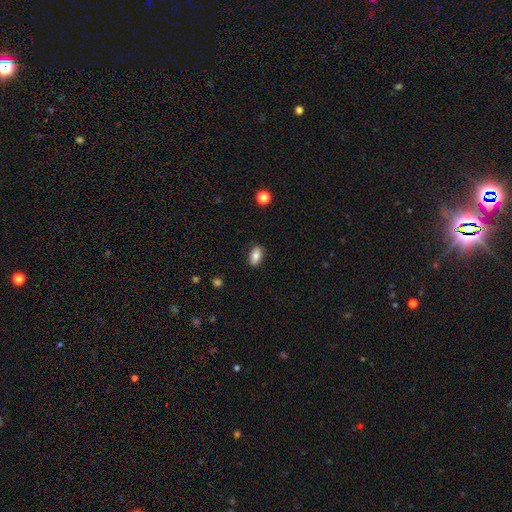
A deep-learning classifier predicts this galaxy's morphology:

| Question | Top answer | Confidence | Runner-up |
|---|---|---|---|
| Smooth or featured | smooth | 80% | featured or disk (11%) |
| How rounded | in between | 89% | round (7%) |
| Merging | none | 87% | minor disturbance (9%) |